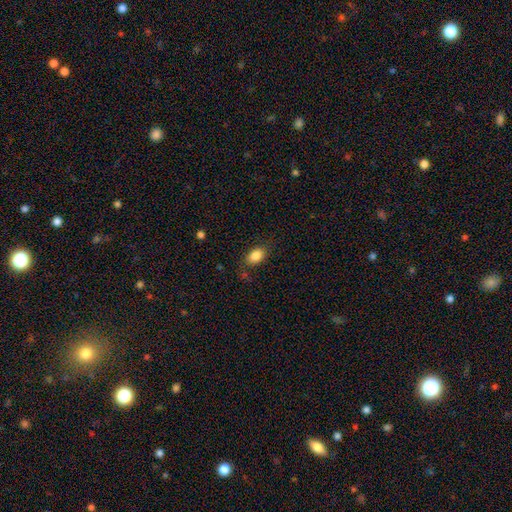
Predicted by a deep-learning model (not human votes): Smooth or featured? smooth (85%)
How rounded? in between (87%)
Merging? none (78%)